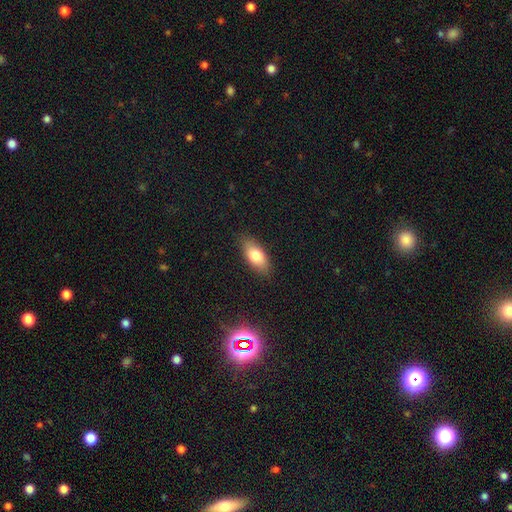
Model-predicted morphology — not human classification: Smooth or featured? Predicted: smooth (p=0.77). How rounded? Predicted: in between (p=0.85). Merging? Predicted: none (p=0.85).